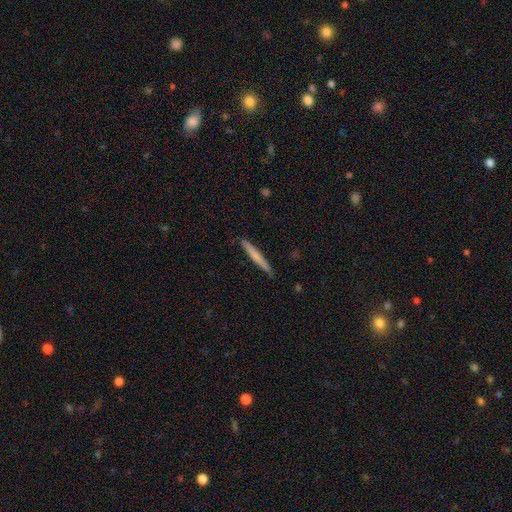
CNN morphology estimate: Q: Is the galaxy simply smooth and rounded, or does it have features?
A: smooth — 61%.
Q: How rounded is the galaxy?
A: cigar-shaped — 96%.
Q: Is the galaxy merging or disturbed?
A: none — 89%.